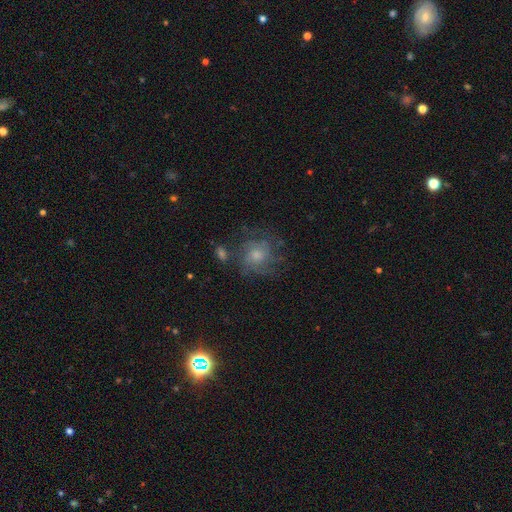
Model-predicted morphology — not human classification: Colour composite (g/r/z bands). It shows a featured or disk galaxy (56%) with no bar (78%), spiral arms (80%) and a moderate central bulge (51%). Merging: none (62%).